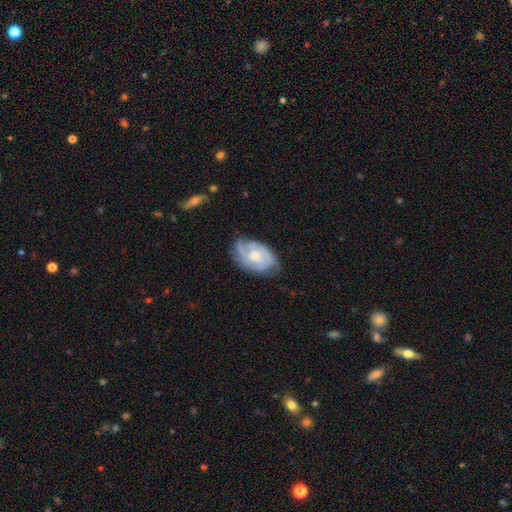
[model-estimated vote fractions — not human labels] Smooth or featured? featured or disk (67%)
Edge-on disk? no (96%)
Bar? no (77%)
Spiral arms? yes (83%)
Spiral winding? tight (54%)
Spiral arm count? can't tell (42%)
Bulge size? moderate (56%)
Merging? none (59%)